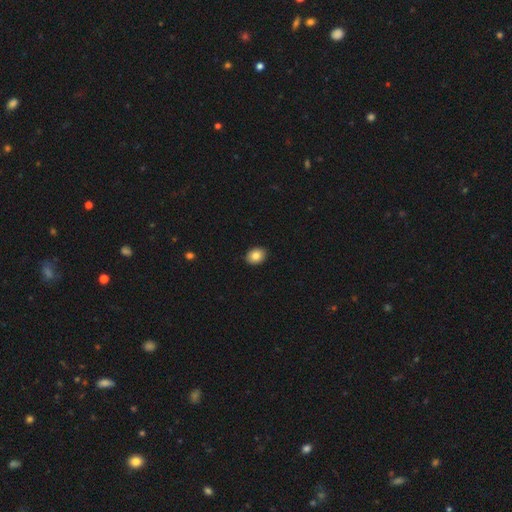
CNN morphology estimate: Smooth or featured?
  - smooth: 84% *
  - star or artifact: 8%
  - featured or disk: 8%
How rounded?
  - in between: 63% *
  - round: 36%
  - cigar-shaped: 1%
Merging?
  - none: 91% *
  - minor disturbance: 7%
  - major disturbance: 2%
  - merger: 1%